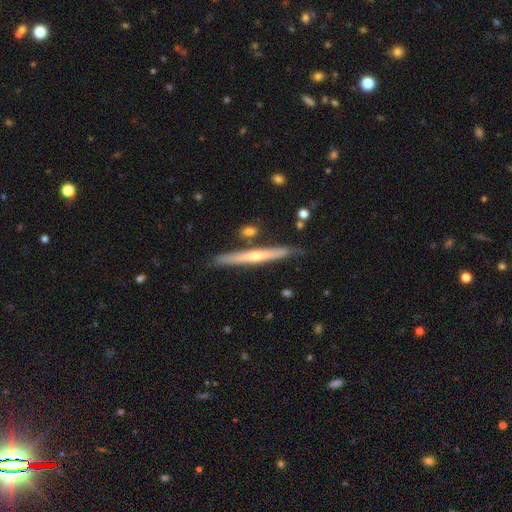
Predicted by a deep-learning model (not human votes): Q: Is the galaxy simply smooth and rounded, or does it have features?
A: featured or disk — 61%.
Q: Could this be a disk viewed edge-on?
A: yes — 95%.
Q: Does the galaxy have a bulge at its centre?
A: rounded — 62%.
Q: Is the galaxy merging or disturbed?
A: none — 82%.